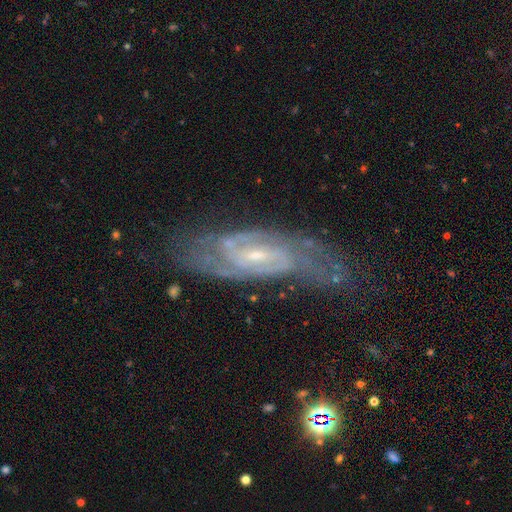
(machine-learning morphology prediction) The model was most divided on "spiral winding": medium: 45%, tight: 43%, loose: 12%. More confident: spiral arms — yes (96%); edge-on disk — no (91%); smooth or featured — featured or disk (87%); merging — none (71%); bulge size — small (70%); spiral arm count — 2 (61%); bar — weak (54%).